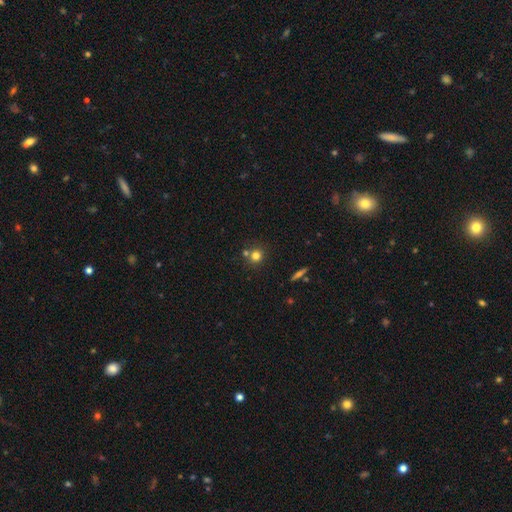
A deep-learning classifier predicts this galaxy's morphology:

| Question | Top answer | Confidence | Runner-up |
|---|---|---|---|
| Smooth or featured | smooth | 76% | star or artifact (15%) |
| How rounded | round | 91% | in between (8%) |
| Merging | none | 65% | merger (24%) |